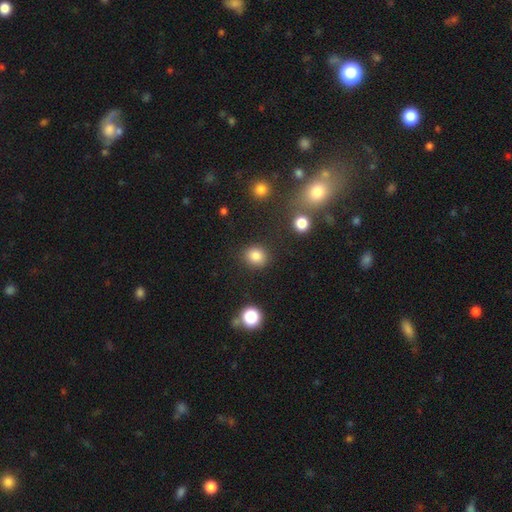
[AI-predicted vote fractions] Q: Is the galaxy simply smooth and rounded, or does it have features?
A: smooth — 84%.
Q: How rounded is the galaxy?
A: round — 76%.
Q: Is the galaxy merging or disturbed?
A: none — 85%.